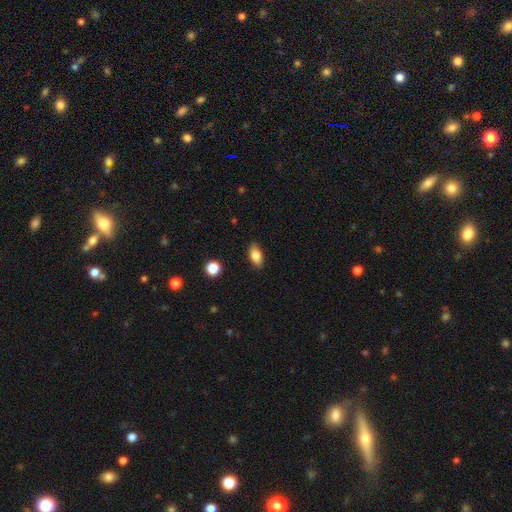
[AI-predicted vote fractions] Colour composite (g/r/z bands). It shows a smooth galaxy with no disk features (80%) that is in between round and cigar-shaped (88%). Merging: none (88%).